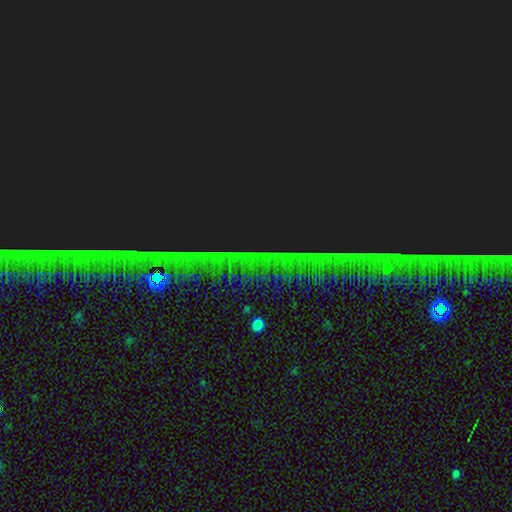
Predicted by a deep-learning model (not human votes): The model was most divided on "smooth or featured": star or artifact: 87%, featured or disk: 7%, smooth: 6%.